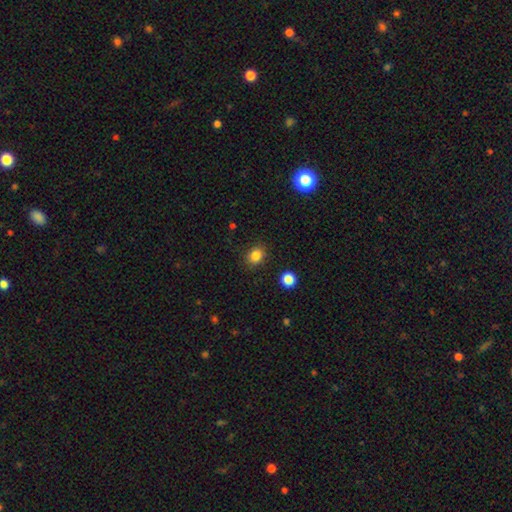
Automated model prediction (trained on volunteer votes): Smooth or featured? Predicted: smooth (p=0.84). How rounded? Predicted: round (p=0.58). Merging? Predicted: none (p=0.87).